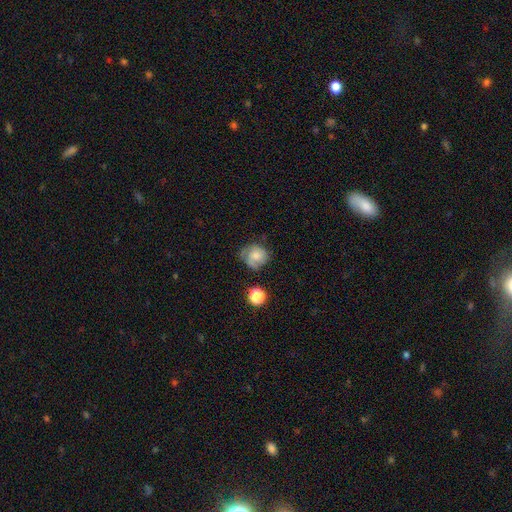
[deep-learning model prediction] The model was most divided on "smooth or featured": smooth: 56%, featured or disk: 34%, star or artifact: 10%. More confident: how rounded — round (76%); merging — none (53%).